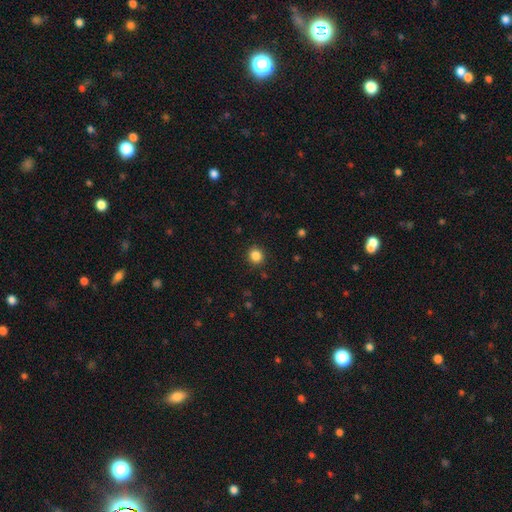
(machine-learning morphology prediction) Q: Smooth or featured?
A: smooth (85%); runner-up: star or artifact (11%)
Q: How rounded?
A: round (86%); runner-up: in between (13%)
Q: Merging?
A: none (90%); runner-up: minor disturbance (7%)